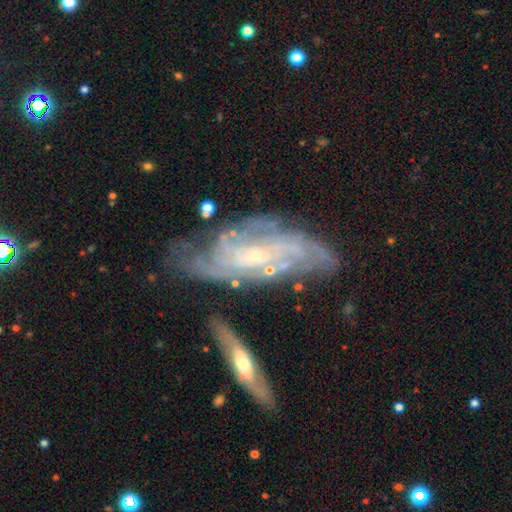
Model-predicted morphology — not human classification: smooth_or_featured: featured or disk (p=0.83) [alt: smooth p=0.10]
disk_edge_on: no (p=0.88) [alt: yes p=0.12]
bar: no (p=0.56) [alt: weak p=0.33]
has_spiral_arms: yes (p=0.90) [alt: no p=0.10]
spiral_winding: tight (p=0.58) [alt: medium p=0.31]
spiral_arm_count: can't tell (p=0.46) [alt: 3 p=0.15]
bulge_size: small (p=0.74) [alt: moderate p=0.19]
merging: none (p=0.55) [alt: minor disturbance p=0.22]